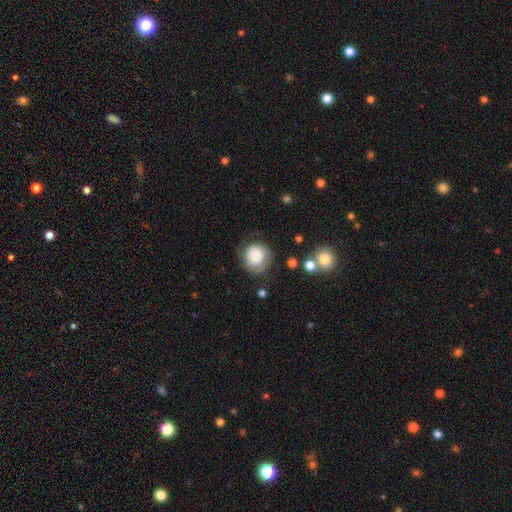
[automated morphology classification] smooth_or_featured: smooth (p=0.76) [alt: featured or disk p=0.16]
how_rounded: round (p=0.86) [alt: in between p=0.13]
merging: none (p=0.67) [alt: minor disturbance p=0.21]